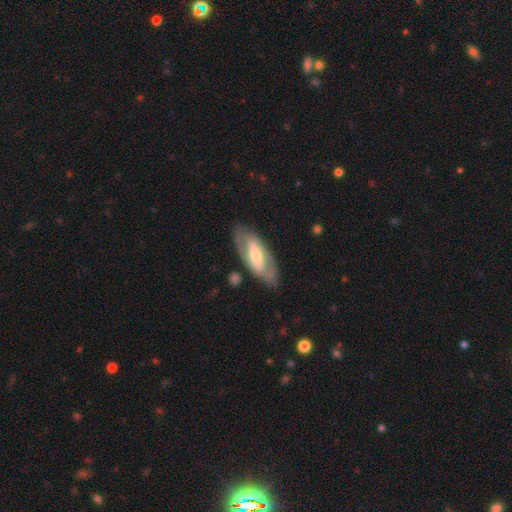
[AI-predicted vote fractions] A featured or disk galaxy (69%) with a strong bar (55%), spiral arms (60%) and a moderate central bulge (51%). Merging: none (79%).